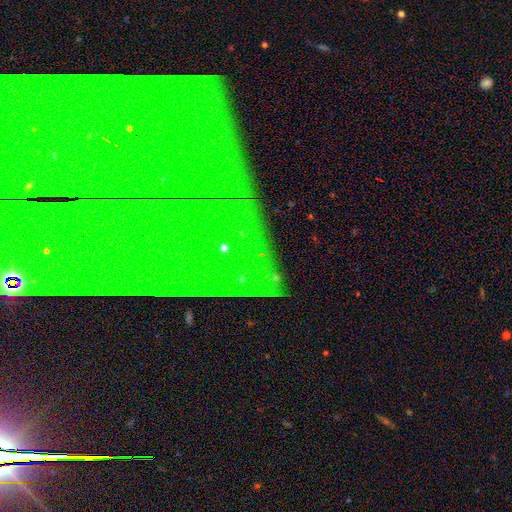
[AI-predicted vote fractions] star or artifact 80%, featured or disk 11%, smooth 9%.